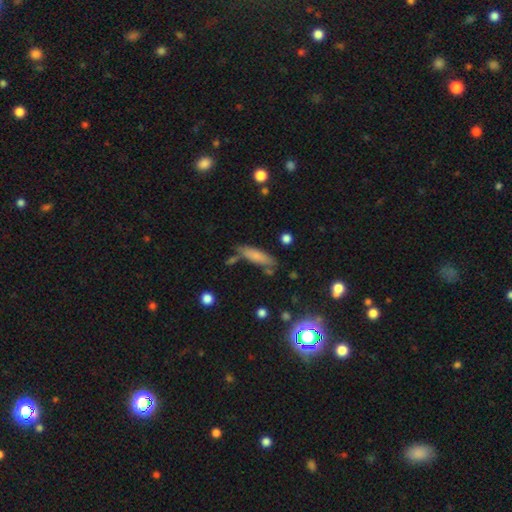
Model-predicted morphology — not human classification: smooth-or-featured: smooth: 76% | featured or disk: 16% | star or artifact: 8%
  how-rounded: cigar-shaped: 61% | in between: 37% | round: 2%
  merging: none: 70% | minor disturbance: 17% | merger: 9% | major disturbance: 4%